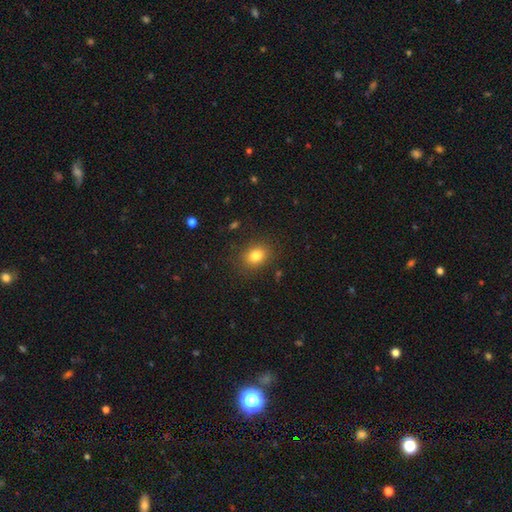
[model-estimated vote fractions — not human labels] This is clearly a smooth galaxy (82%). How rounded: possibly round (50%, tied with in between). Merging: clearly none (85%).